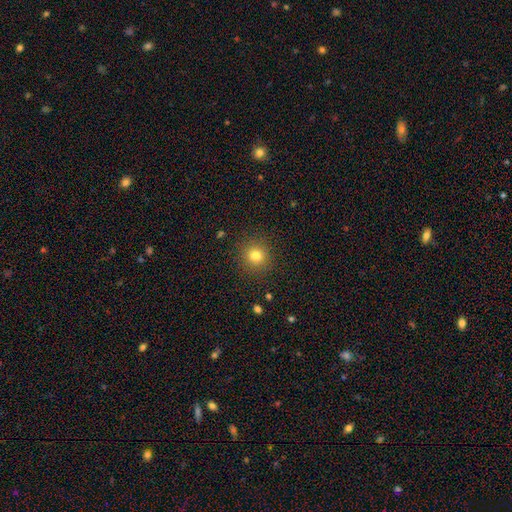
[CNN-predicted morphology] Smooth or featured? smooth (80%)
How rounded? round (92%)
Merging? none (90%)